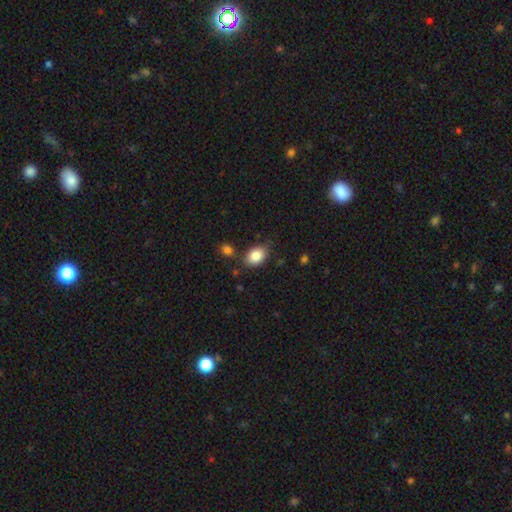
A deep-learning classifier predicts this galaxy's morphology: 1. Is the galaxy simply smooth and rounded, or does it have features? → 86% smooth, 8% star or artifact, 6% featured or disk.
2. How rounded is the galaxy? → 80% in between, 19% round, 1% cigar-shaped.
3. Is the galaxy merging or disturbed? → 74% none, 16% minor disturbance, 6% merger, 4% major disturbance.